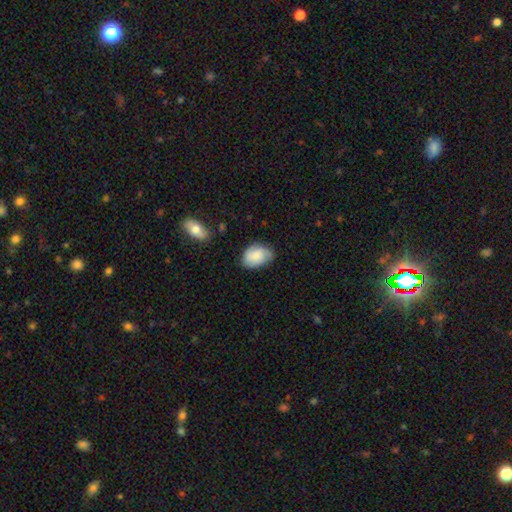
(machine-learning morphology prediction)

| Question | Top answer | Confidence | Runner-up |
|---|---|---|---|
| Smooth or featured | smooth | 74% | featured or disk (19%) |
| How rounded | in between | 83% | round (16%) |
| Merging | none | 62% | minor disturbance (30%) |